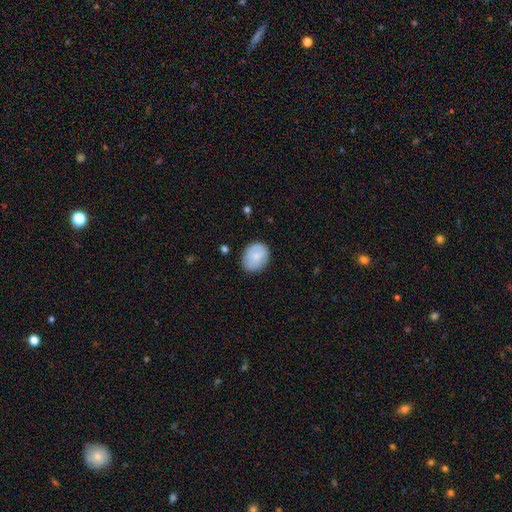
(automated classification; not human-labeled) Morphology: type=smooth (79%); roundness=round (50%); merging=none (82%).